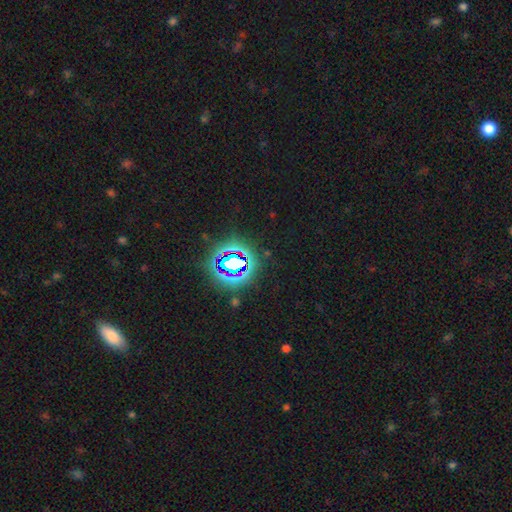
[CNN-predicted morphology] type=star or artifact (79%).